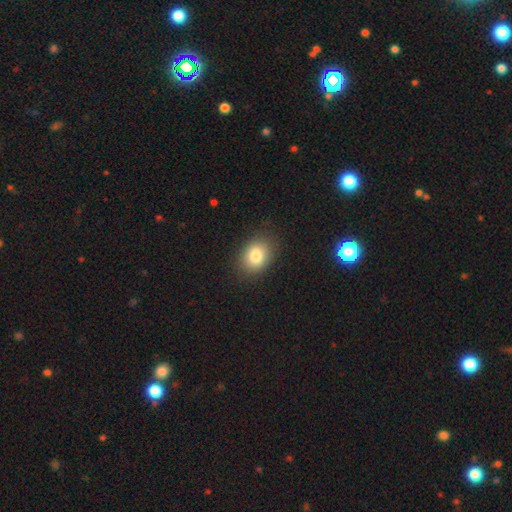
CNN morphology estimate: Smooth or featured?
  - smooth: 82% *
  - star or artifact: 9%
  - featured or disk: 8%
How rounded?
  - in between: 62% *
  - round: 37%
  - cigar-shaped: 1%
Merging?
  - none: 86% *
  - minor disturbance: 10%
  - major disturbance: 3%
  - merger: 1%